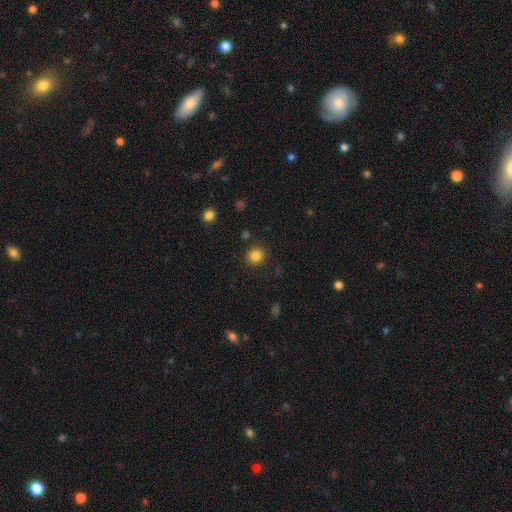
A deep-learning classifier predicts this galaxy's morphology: smooth-or-featured: smooth: 84% | star or artifact: 12% | featured or disk: 4%
  how-rounded: round: 91% | in between: 8% | cigar-shaped: 1%
  merging: none: 88% | minor disturbance: 7% | major disturbance: 3% | merger: 2%